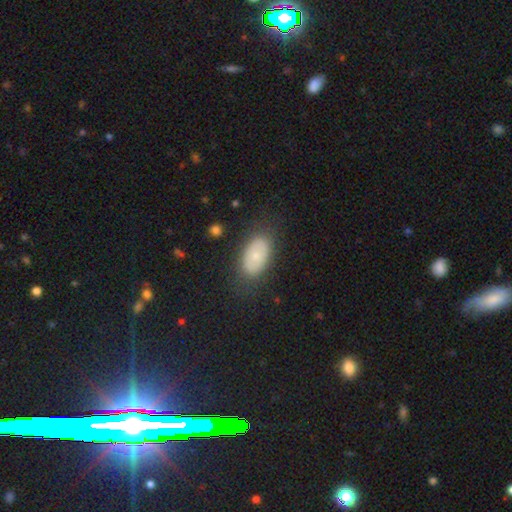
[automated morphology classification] smooth-or-featured: smooth: 67% | featured or disk: 26% | star or artifact: 7%
  how-rounded: in between: 92% | round: 6% | cigar-shaped: 2%
  merging: none: 80% | minor disturbance: 14% | major disturbance: 5% | merger: 1%